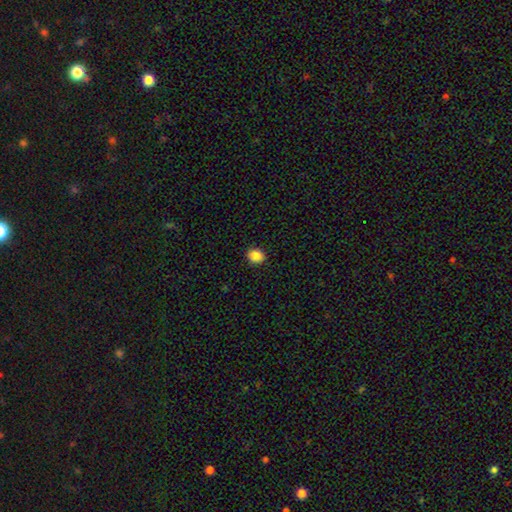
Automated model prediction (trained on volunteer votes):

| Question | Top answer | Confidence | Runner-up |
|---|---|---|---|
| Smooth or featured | smooth | 87% | star or artifact (9%) |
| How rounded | round | 65% | in between (34%) |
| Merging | none | 91% | minor disturbance (6%) |